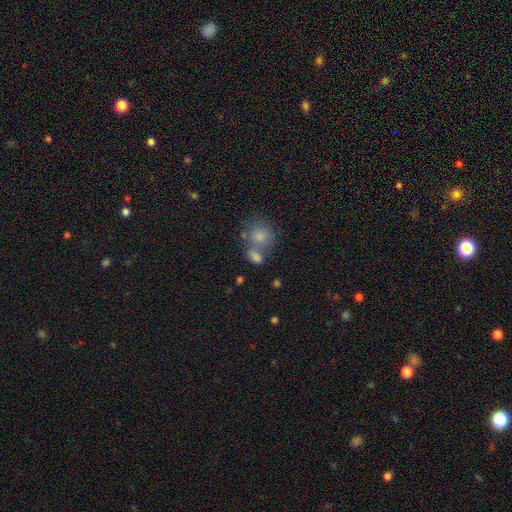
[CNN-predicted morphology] type=smooth (78%); roundness=in between (51%); merging=merger (44%).